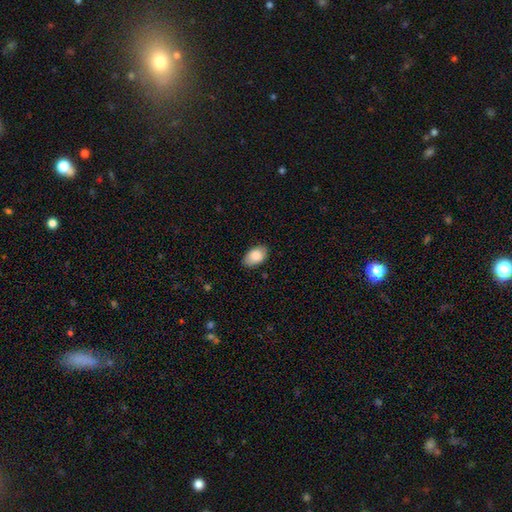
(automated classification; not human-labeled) Smooth or featured? smooth (86%)
How rounded? in between (92%)
Merging? none (83%)